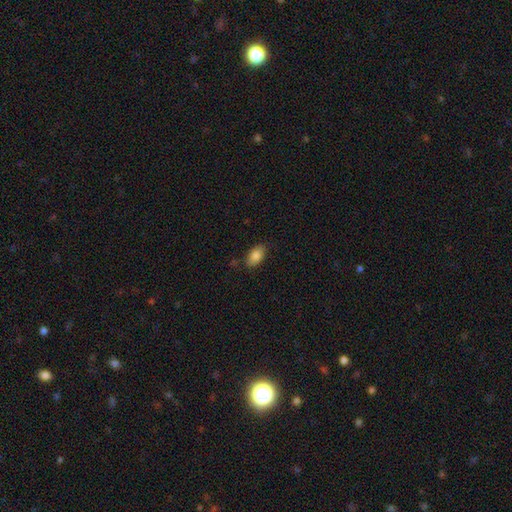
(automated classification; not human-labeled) A smooth galaxy with no disk features (84%) that is in between round and cigar-shaped (92%). Merging: none (80%).